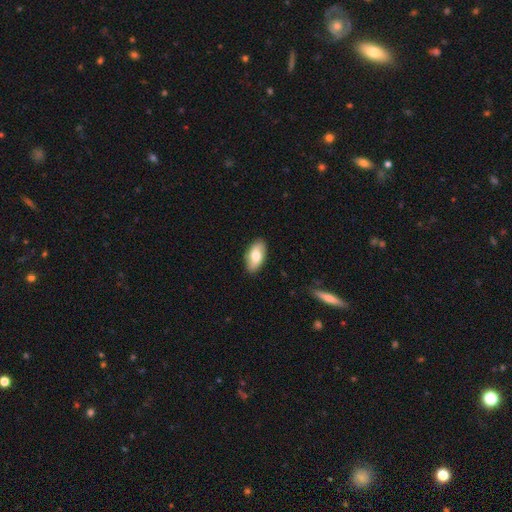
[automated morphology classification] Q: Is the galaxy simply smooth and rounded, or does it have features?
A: smooth — 75%.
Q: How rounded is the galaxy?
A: in between — 93%.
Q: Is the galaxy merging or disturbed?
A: none — 87%.